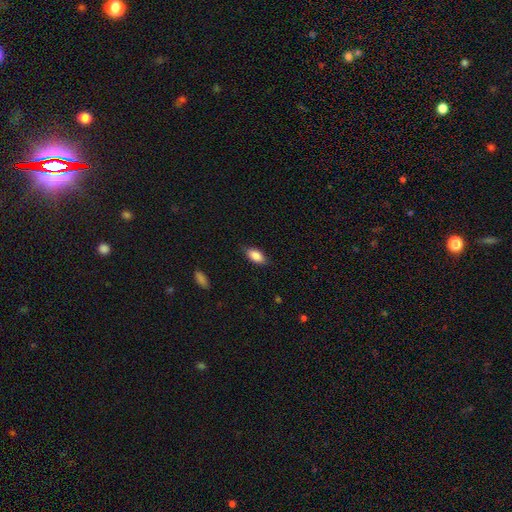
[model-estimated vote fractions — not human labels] Smooth or featured? smooth (86%)
How rounded? in between (90%)
Merging? none (80%)